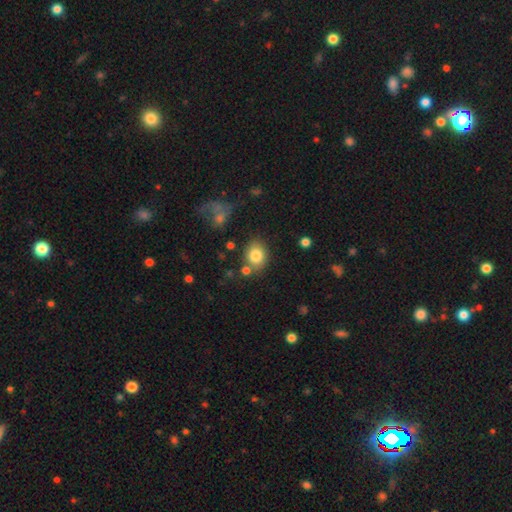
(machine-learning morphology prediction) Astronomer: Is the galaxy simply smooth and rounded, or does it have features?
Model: smooth — 81%.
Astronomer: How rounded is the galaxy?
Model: round — 52% (runner-up: in between, 47%).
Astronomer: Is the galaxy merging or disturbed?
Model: none — 72%.